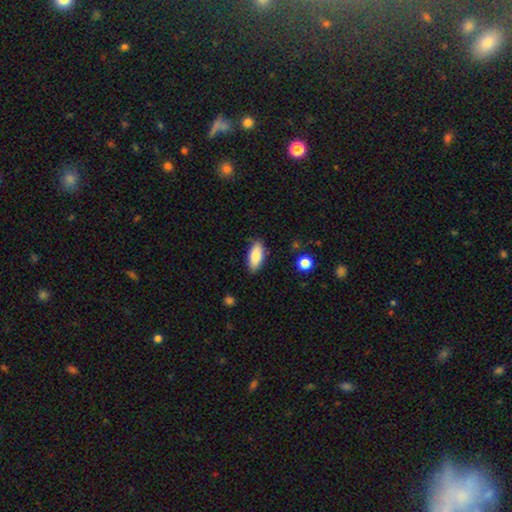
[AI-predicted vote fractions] Smooth or featured: smooth — 86% (featured or disk — 8%)
How rounded: in between — 85% (cigar-shaped — 13%)
Merging: none — 80% (minor disturbance — 15%)